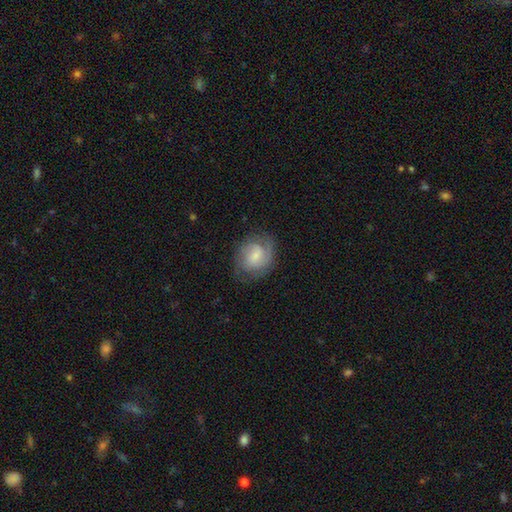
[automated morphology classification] type=featured or disk (61%); edge-on=no (98%); bar=weak (48%); spiral arms=yes (90%); winding=tight (43%); arm count=2 (59%); bulge=small (50%); merging=none (71%).